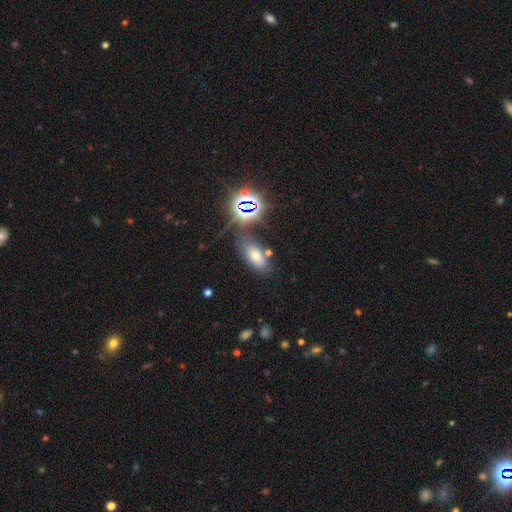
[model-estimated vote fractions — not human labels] Morphology: type=smooth (50%); merging=none (70%).